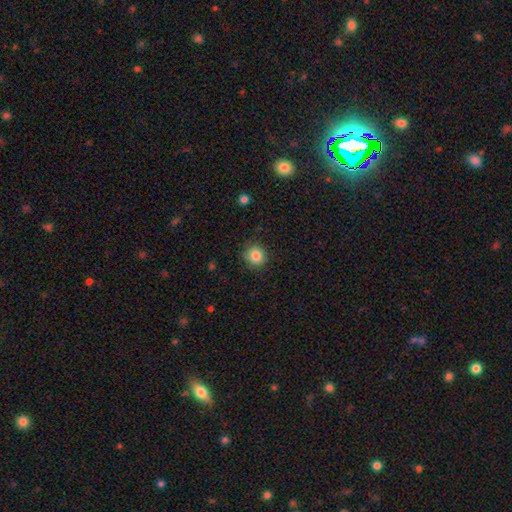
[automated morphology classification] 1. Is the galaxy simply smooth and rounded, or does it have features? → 85% smooth, 10% star or artifact, 5% featured or disk.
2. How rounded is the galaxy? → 91% round, 8% in between, 1% cigar-shaped.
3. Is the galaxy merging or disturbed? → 85% none, 11% minor disturbance, 3% major disturbance, 1% merger.